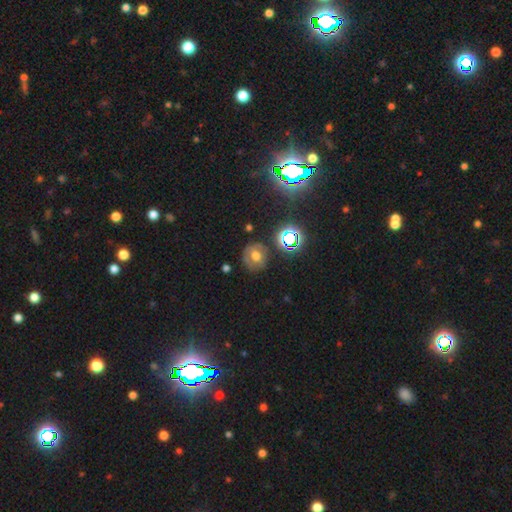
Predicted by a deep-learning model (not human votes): smooth-or-featured: smooth: 49% | featured or disk: 31% | star or artifact: 20%
  merging: none: 73% | minor disturbance: 17% | major disturbance: 7% | merger: 3%